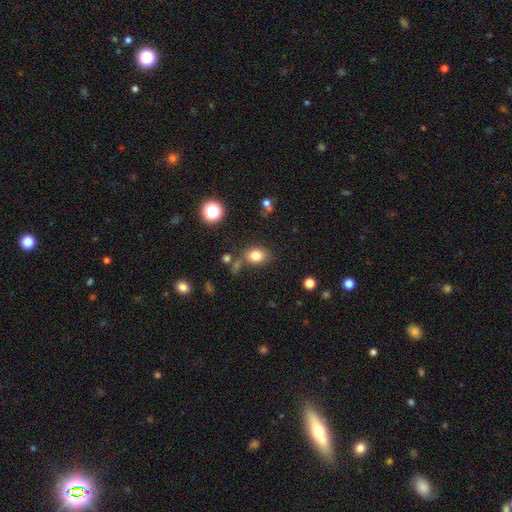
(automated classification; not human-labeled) A smooth galaxy with no disk features (80%) that is in between round and cigar-shaped (59%). Merging: none (70%).